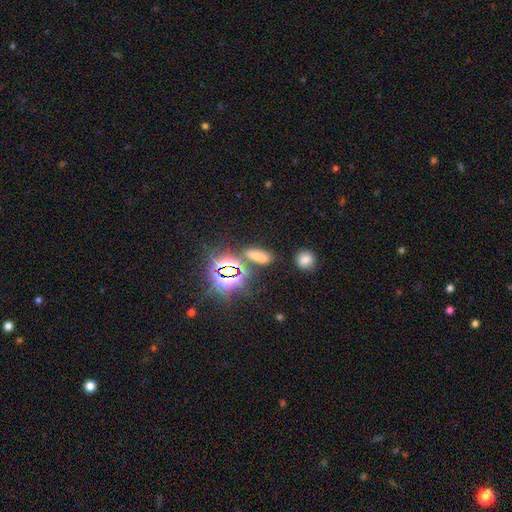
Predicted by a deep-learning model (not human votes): star or artifact 46%, smooth 43%, featured or disk 11%.